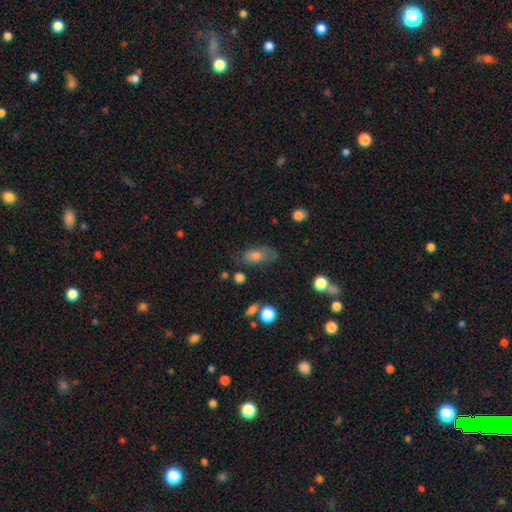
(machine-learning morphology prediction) smooth-or-featured: smooth: 56% | featured or disk: 30% | star or artifact: 14%
  how-rounded: in between: 84% | round: 10% | cigar-shaped: 6%
  merging: none: 63% | minor disturbance: 23% | major disturbance: 11% | merger: 3%